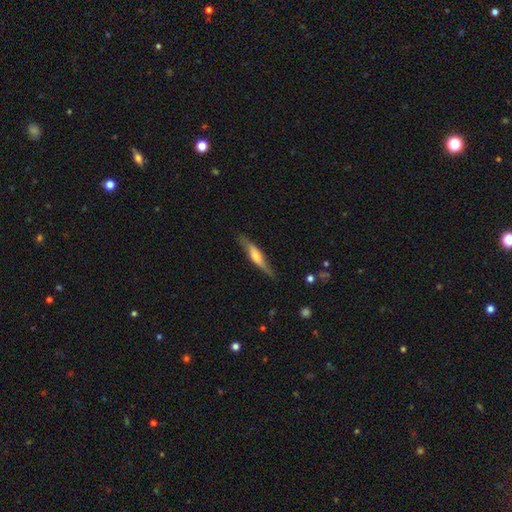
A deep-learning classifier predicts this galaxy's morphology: This appears to be a featured or disk galaxy (54%) viewed edge-on (87%). Merging: none (79%).